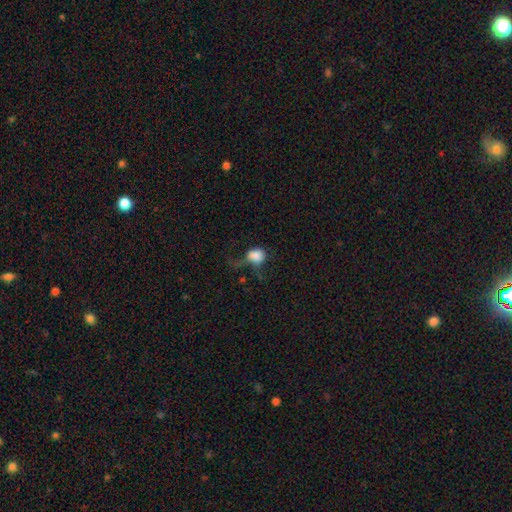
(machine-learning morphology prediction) smooth-or-featured: smooth: 79% | featured or disk: 12% | star or artifact: 9%
  how-rounded: round: 61% | in between: 38% | cigar-shaped: 1%
  merging: major disturbance: 45% | none: 25% | minor disturbance: 23% | merger: 8%